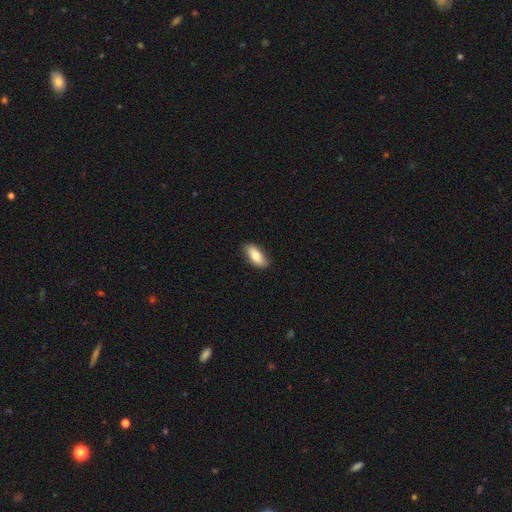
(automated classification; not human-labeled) Smooth or featured? smooth (80%)
How rounded? in between (87%)
Merging? none (85%)